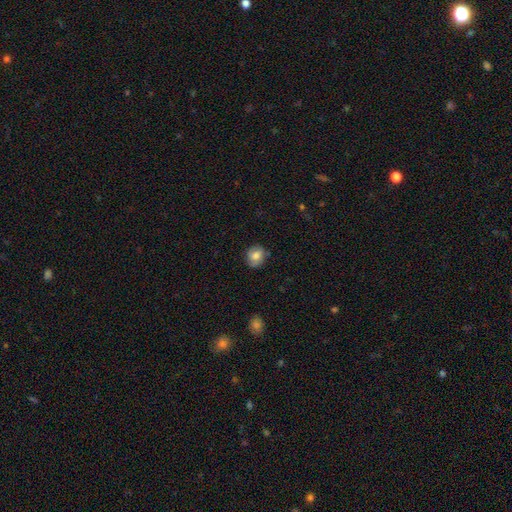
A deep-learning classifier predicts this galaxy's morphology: smooth 75%, featured or disk 16%, star or artifact 9%. Down the decision tree: how rounded — round (69%); merging — none (80%).